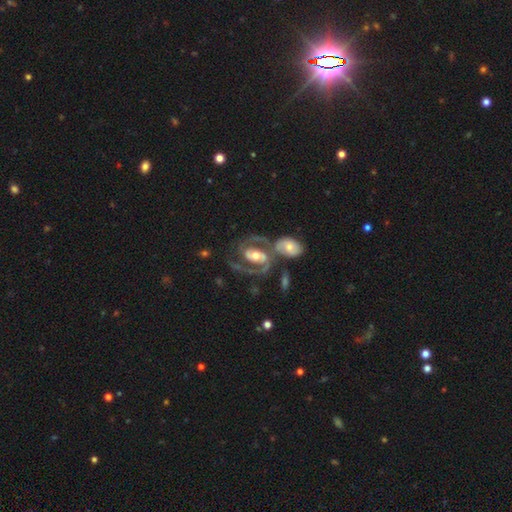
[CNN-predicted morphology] featured or disk 88%, smooth 7%, star or artifact 5%. Down the decision tree: edge-on disk — no (97%); bar — weak (34%); spiral arms — yes (94%); spiral arm count — 2 (87%); spiral winding — medium (55%); bulge size — moderate (68%); merging — none (42%).